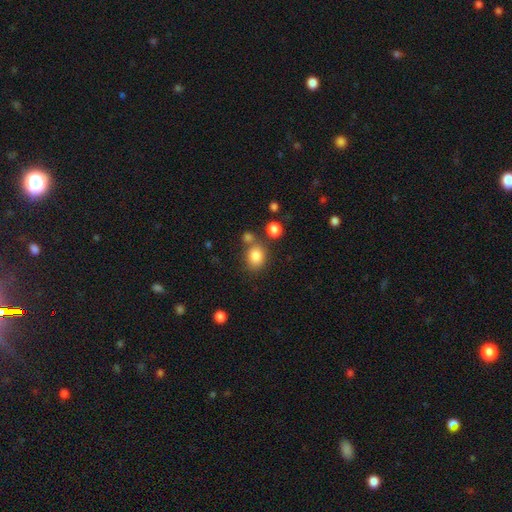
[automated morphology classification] Smooth or featured: smooth — 83% (star or artifact — 11%)
How rounded: round — 54% (in between — 45%)
Merging: none — 67% (merger — 16%)